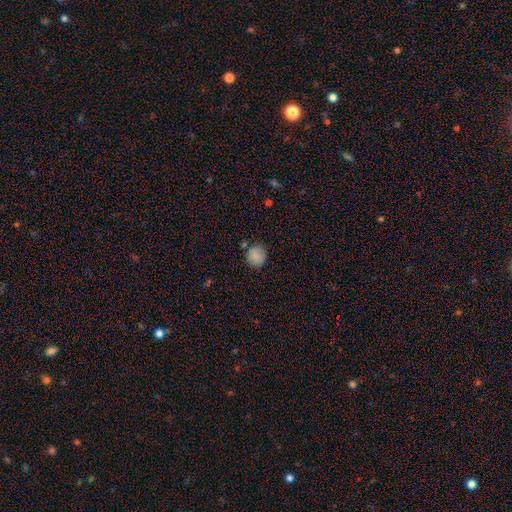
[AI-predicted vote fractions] This appears to be a smooth galaxy with no disk features (85%) that is round (87%). Merging: none (75%).